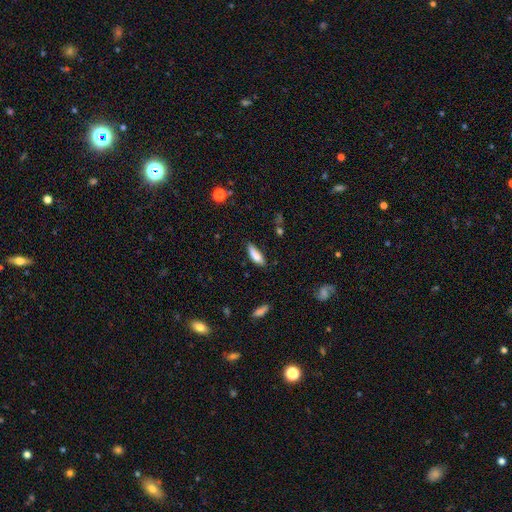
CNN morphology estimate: type=smooth (81%); roundness=in between (53%); merging=none (71%).